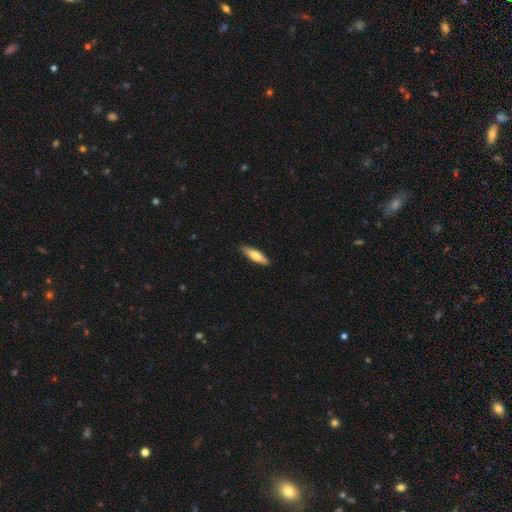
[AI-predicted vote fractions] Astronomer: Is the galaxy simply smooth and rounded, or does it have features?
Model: smooth — 72%.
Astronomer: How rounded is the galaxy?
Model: cigar-shaped — 62%.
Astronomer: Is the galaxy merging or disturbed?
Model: none — 88%.